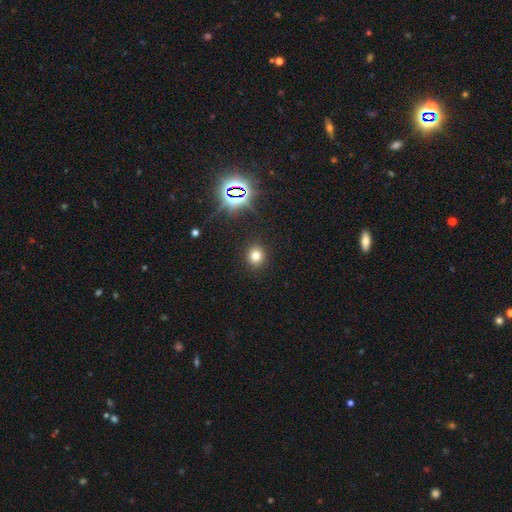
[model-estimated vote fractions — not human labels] The model was most divided on "smooth or featured": smooth: 73%, star or artifact: 20%, featured or disk: 7%. More confident: merging — none (90%); how rounded — round (79%).